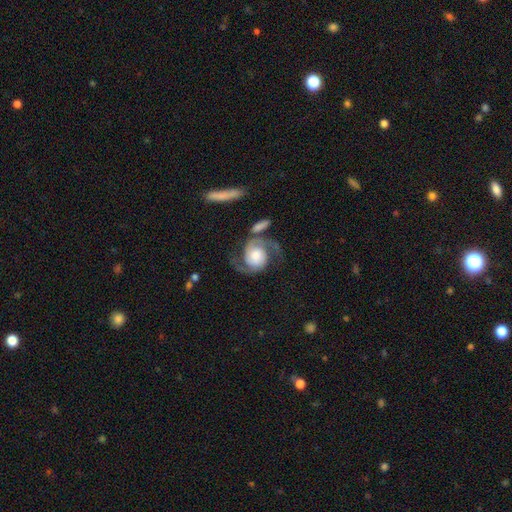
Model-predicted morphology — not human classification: Q: Smooth or featured?
A: featured or disk (87%); runner-up: smooth (8%)
Q: Edge-on disk?
A: no (98%); runner-up: yes (2%)
Q: Bar?
A: no (69%); runner-up: weak (23%)
Q: Spiral arms?
A: yes (97%); runner-up: no (3%)
Q: Spiral winding?
A: medium (49%); runner-up: loose (35%)
Q: Spiral arm count?
A: 2 (94%); runner-up: can't tell (2%)
Q: Bulge size?
A: large (37%); runner-up: moderate (33%)
Q: Merging?
A: none (63%); runner-up: minor disturbance (17%)